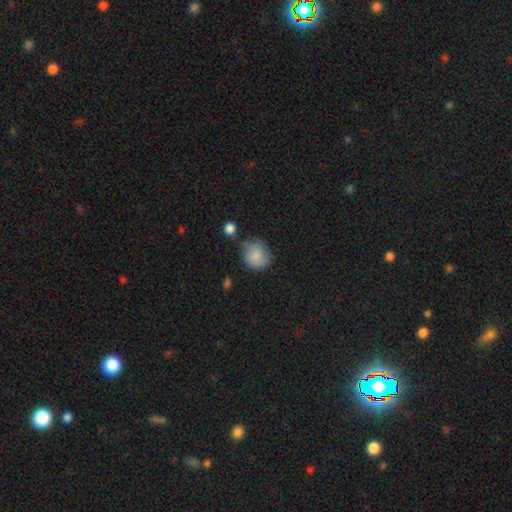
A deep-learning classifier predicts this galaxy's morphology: smooth_or_featured: smooth (p=0.85) [alt: star or artifact p=0.08]
how_rounded: round (p=0.74) [alt: in between p=0.25]
merging: none (p=0.61) [alt: minor disturbance p=0.26]